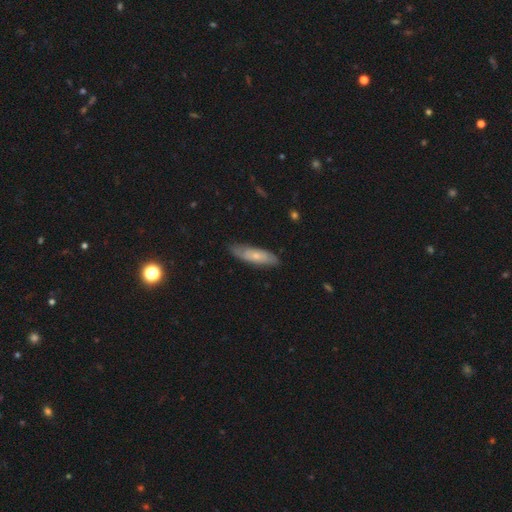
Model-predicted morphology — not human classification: A smooth galaxy with no disk features (49%).

Vote fractions:
- Smooth or featured? smooth: 49% / featured or disk: 45% / star or artifact: 6%
- Merging? none: 78% / minor disturbance: 17% / major disturbance: 3% / merger: 1%